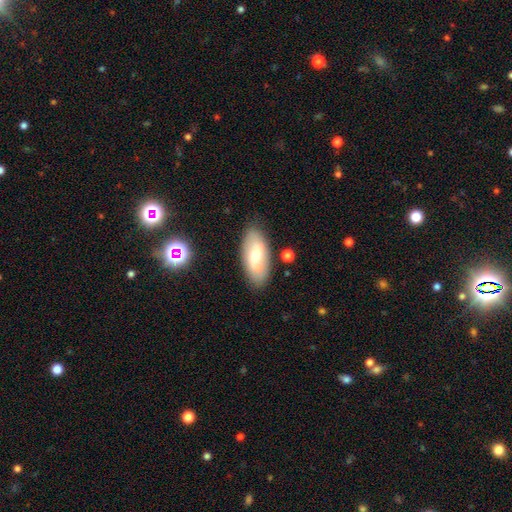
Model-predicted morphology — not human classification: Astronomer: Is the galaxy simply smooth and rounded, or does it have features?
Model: smooth — 55% (runner-up: featured or disk, 37%).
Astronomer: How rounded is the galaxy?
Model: in between — 87%.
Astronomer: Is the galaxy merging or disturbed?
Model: none — 73%.